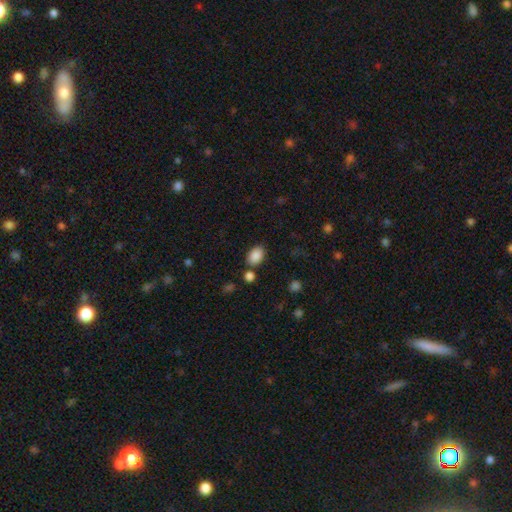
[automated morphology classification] Q: Smooth or featured?
A: smooth (88%); runner-up: star or artifact (8%)
Q: How rounded?
A: in between (82%); runner-up: round (17%)
Q: Merging?
A: none (77%); runner-up: minor disturbance (11%)